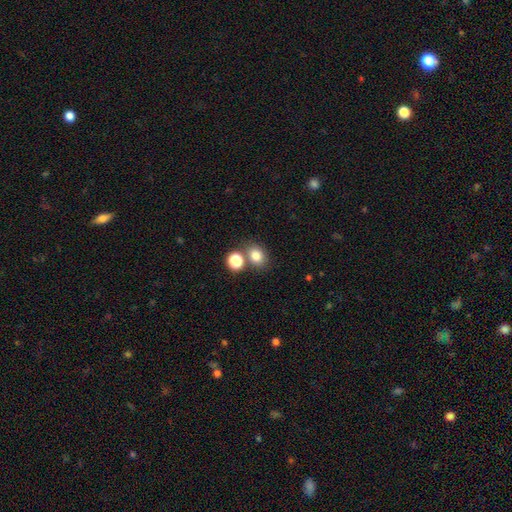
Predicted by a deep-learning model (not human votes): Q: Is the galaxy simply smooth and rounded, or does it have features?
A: smooth — 80%.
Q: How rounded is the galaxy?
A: round — 57%.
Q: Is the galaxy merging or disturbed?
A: none — 66%.